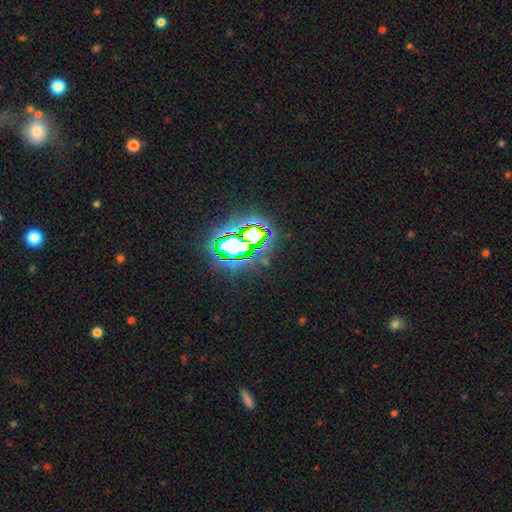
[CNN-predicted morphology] Smooth or featured? Predicted: star or artifact (p=0.79).